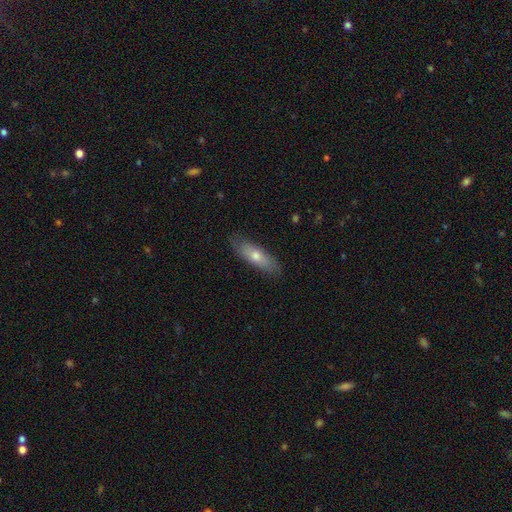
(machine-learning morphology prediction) This is likely a smooth galaxy (62%). How rounded: possibly cigar-shaped (54%). Merging: clearly none (83%).